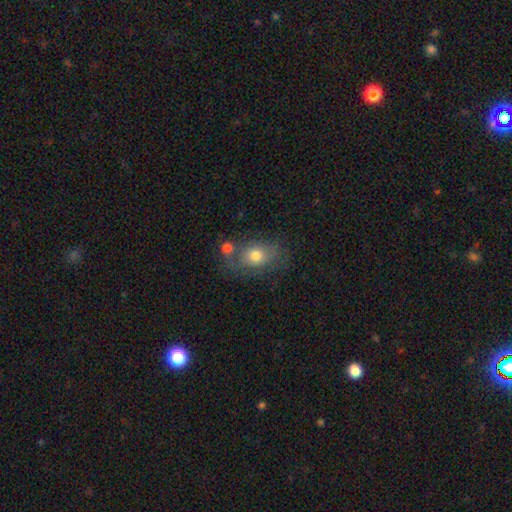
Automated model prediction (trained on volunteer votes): smooth 71%, featured or disk 19%, star or artifact 10%. Down the decision tree: how rounded — in between (62%); merging — none (53%).